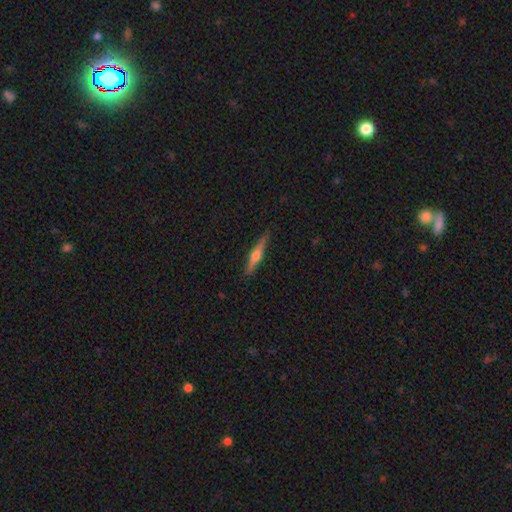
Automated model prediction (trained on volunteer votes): featured or disk 64%, smooth 30%, star or artifact 6%. Down the decision tree: edge-on disk — yes (97%); edge-on bulge — rounded (91%); merging — none (87%).